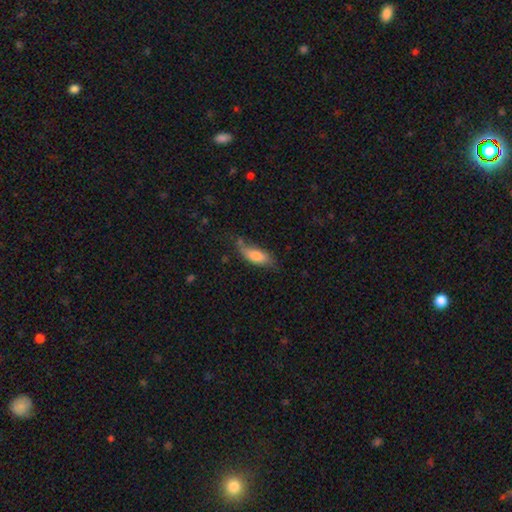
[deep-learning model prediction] The model was most divided on "merging": none: 53%, minor disturbance: 31%, major disturbance: 10%, merger: 6%. More confident: smooth or featured — smooth (77%); how rounded — in between (76%).